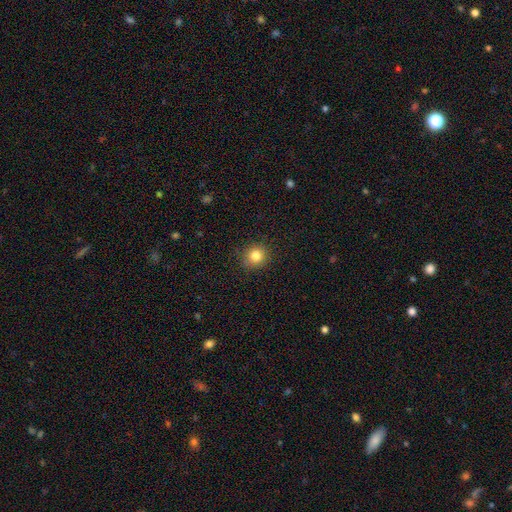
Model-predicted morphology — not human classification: Smooth or featured? Predicted: smooth (p=0.83). How rounded? Predicted: round (p=0.85). Merging? Predicted: none (p=0.87).